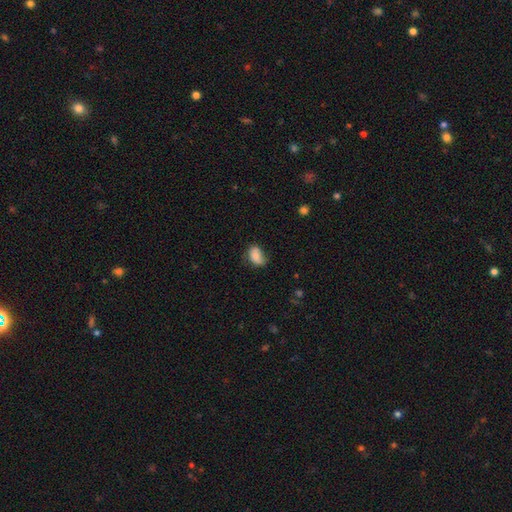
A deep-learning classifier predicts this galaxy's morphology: Overall: smooth (77%). How rounded: in between (84%). Merging: none (49%; minor disturbance 36%).